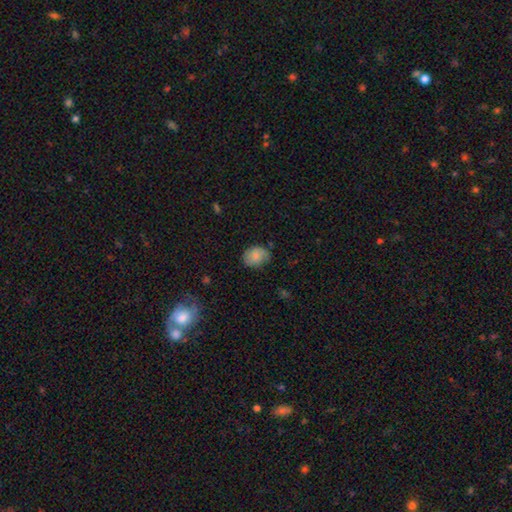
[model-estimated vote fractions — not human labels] smooth-or-featured: smooth: 80% | featured or disk: 13% | star or artifact: 8%
  how-rounded: in between: 60% | round: 39% | cigar-shaped: 1%
  merging: none: 70% | minor disturbance: 24% | major disturbance: 5% | merger: 1%